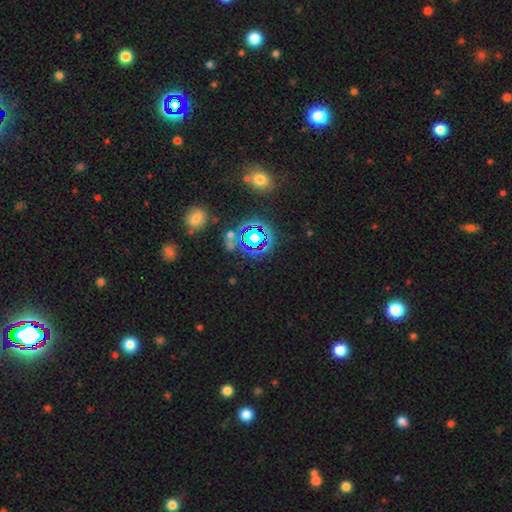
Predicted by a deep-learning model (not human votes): This appears to be a star or artifact, not a galaxy (67%).